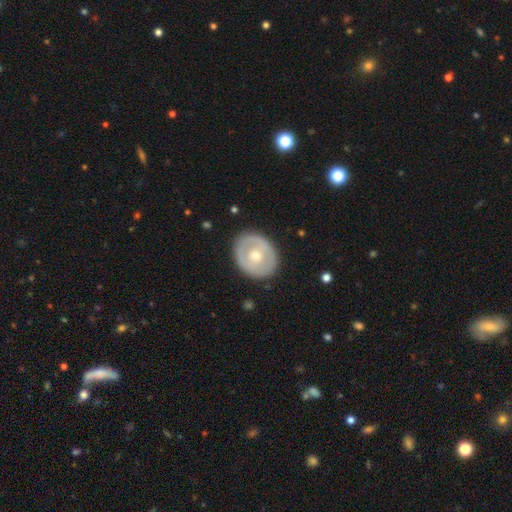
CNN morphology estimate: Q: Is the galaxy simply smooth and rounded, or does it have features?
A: featured or disk — 53%.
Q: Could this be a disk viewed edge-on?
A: no — 95%.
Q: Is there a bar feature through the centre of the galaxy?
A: no — 76%.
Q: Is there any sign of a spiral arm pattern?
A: no — 82%.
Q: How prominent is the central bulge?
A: moderate — 55%.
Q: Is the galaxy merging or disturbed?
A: none — 83%.